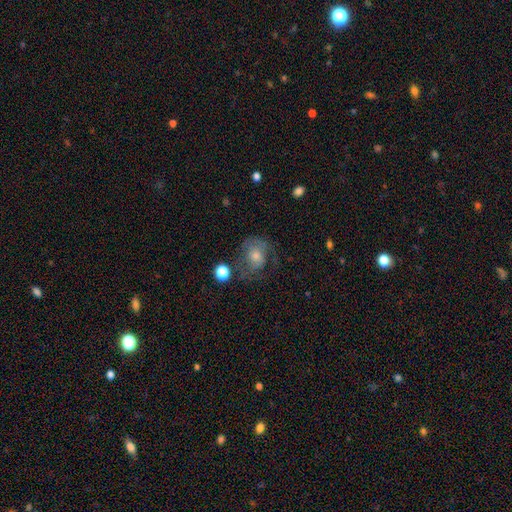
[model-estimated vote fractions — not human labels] This appears to be a featured or disk galaxy (45%). Merging: none (53%).